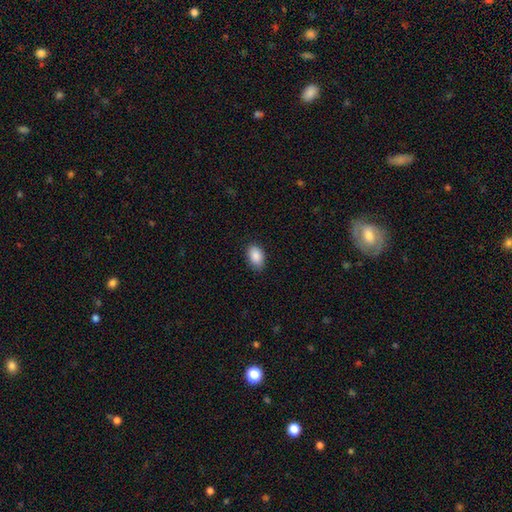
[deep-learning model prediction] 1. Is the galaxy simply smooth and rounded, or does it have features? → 89% smooth, 7% star or artifact, 4% featured or disk.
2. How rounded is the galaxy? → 91% in between, 8% round, 1% cigar-shaped.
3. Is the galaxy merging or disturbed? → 86% none, 11% minor disturbance, 2% major disturbance, 1% merger.